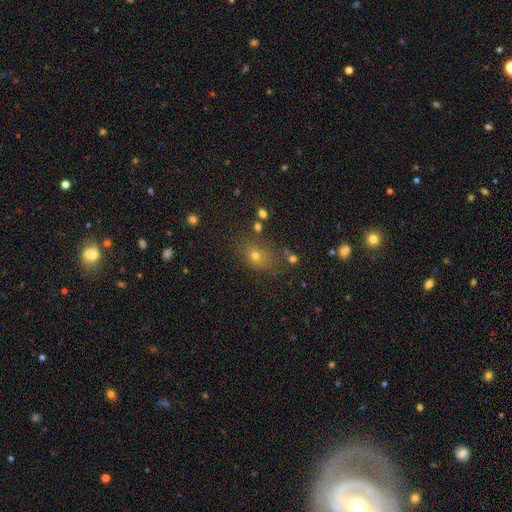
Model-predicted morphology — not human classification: smooth_or_featured: smooth (p=0.64) [alt: star or artifact p=0.24]
how_rounded: in between (p=0.54) [alt: round p=0.44]
merging: none (p=0.73) [alt: minor disturbance p=0.15]